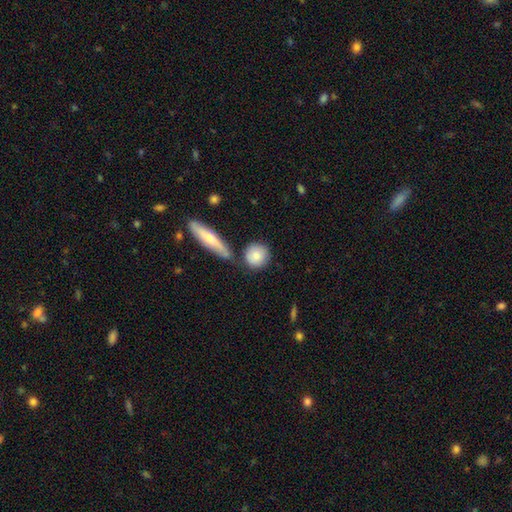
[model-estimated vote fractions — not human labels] Smooth or featured?
  - smooth: 81% *
  - featured or disk: 12%
  - star or artifact: 7%
How rounded?
  - round: 85% *
  - in between: 11%
  - cigar-shaped: 4%
Merging?
  - none: 72% *
  - merger: 13%
  - minor disturbance: 11%
  - major disturbance: 3%